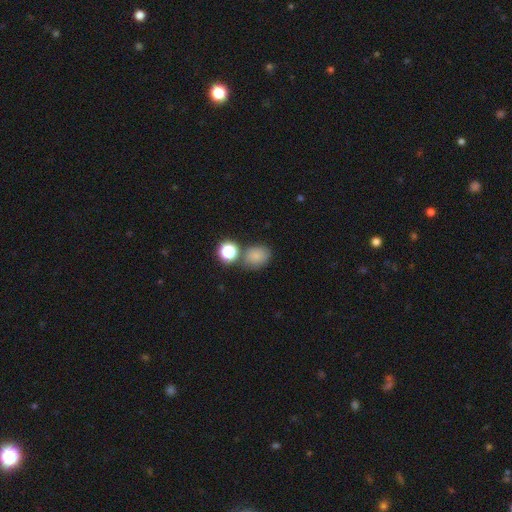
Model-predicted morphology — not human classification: A smooth galaxy with no disk features (78%) that is round (55%).

Vote fractions:
- Smooth or featured? smooth: 78% / star or artifact: 15% / featured or disk: 7%
- How rounded? round: 55% / in between: 44% / cigar-shaped: 1%
- Merging? none: 65% / merger: 16% / minor disturbance: 14% / major disturbance: 5%